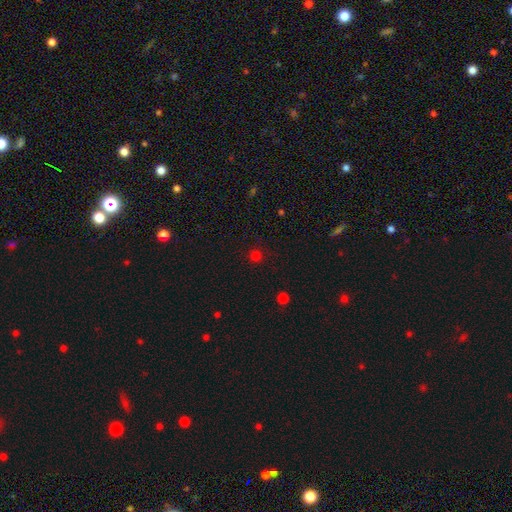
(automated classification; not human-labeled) A smooth galaxy with no disk features (73%) that is round (94%). Merging: none (89%).